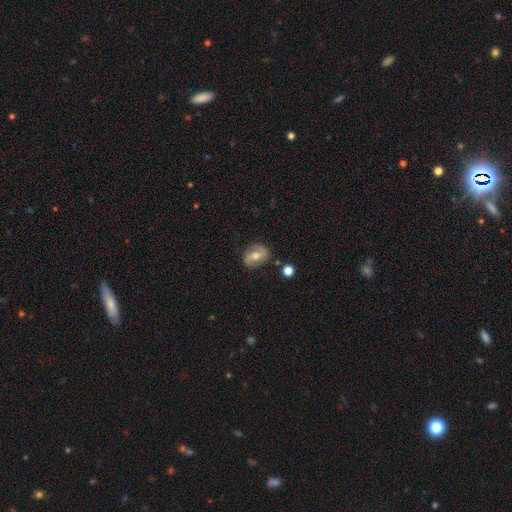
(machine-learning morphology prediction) smooth_or_featured: featured or disk (p=0.52) [alt: smooth p=0.39]
disk_edge_on: no (p=0.95) [alt: yes p=0.05]
merging: none (p=0.79) [alt: minor disturbance p=0.15]